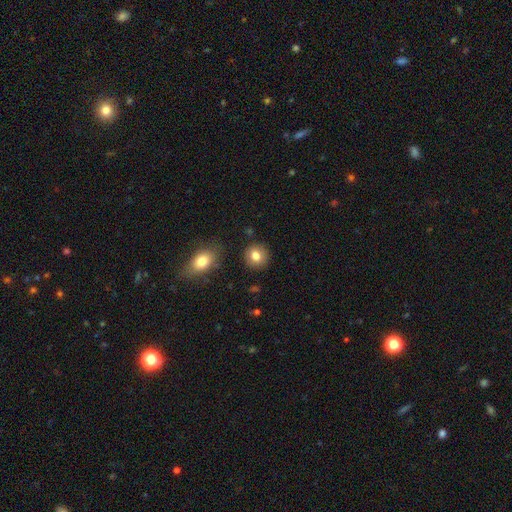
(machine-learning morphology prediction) Smooth or featured: smooth — 81% (featured or disk — 10%)
How rounded: round — 88% (in between — 11%)
Merging: none — 88% (minor disturbance — 7%)